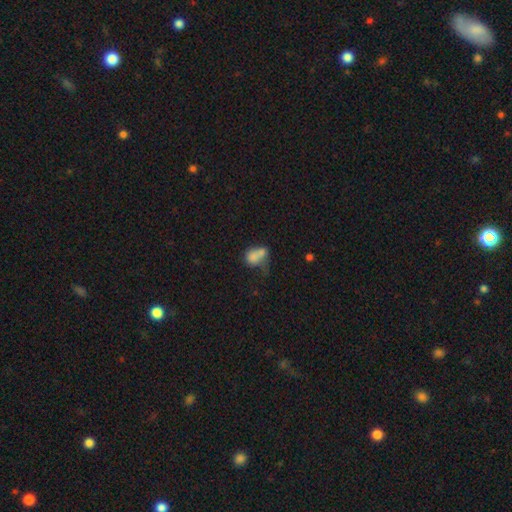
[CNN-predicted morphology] Smooth or featured? smooth (72%)
How rounded? in between (65%)
Merging? merger (53%)